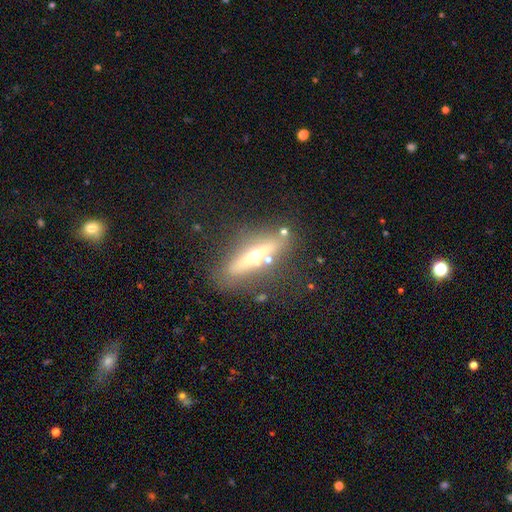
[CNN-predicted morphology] Smooth or featured? Predicted: featured or disk (p=0.63). Edge-on disk? Predicted: yes (p=0.87). Edge-on bulge? Predicted: rounded (p=0.94). Merging? Predicted: none (p=0.78).